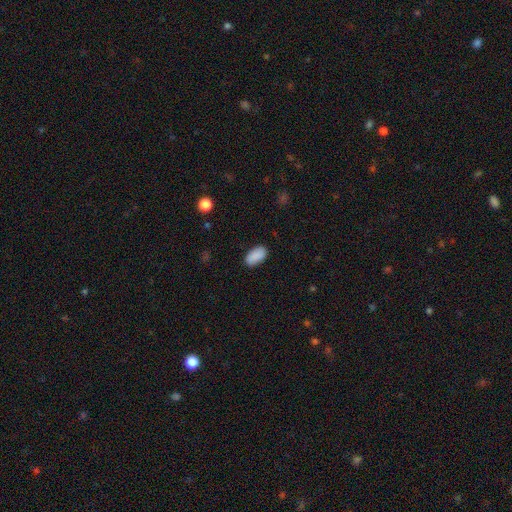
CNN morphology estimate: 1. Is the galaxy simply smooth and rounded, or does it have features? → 89% smooth, 7% star or artifact, 3% featured or disk.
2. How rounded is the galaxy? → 94% in between, 3% round, 2% cigar-shaped.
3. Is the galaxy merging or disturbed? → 85% none, 11% minor disturbance, 3% major disturbance, 1% merger.